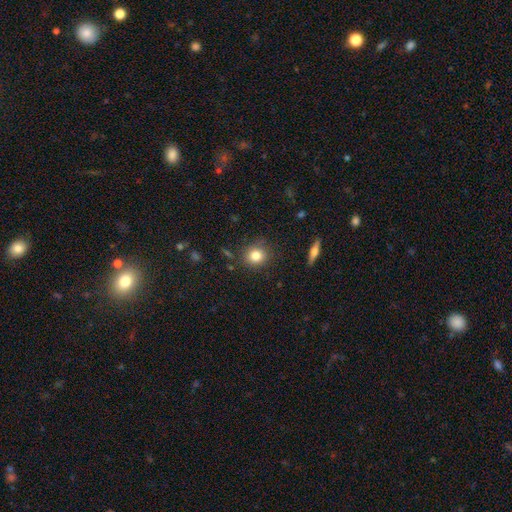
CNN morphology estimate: type=smooth (81%); roundness=round (83%); merging=none (84%).